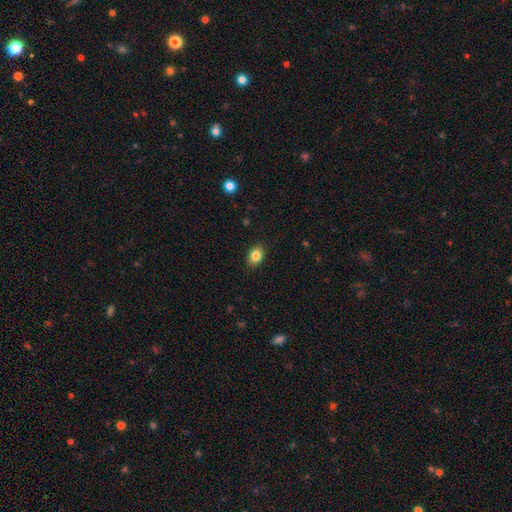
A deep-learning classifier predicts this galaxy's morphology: Smooth or featured: smooth — 85% (star or artifact — 9%)
How rounded: in between — 78% (round — 21%)
Merging: none — 89% (minor disturbance — 8%)